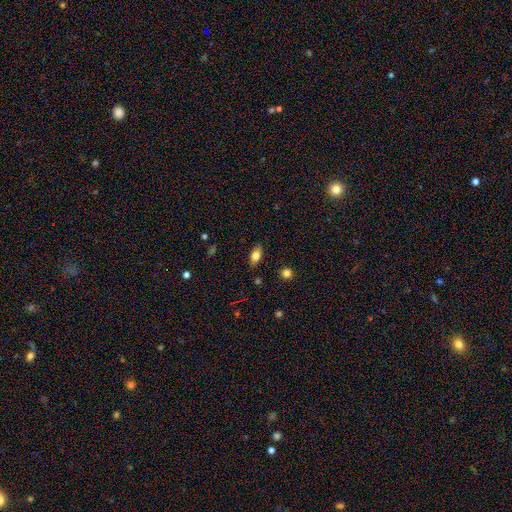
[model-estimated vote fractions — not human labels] A smooth galaxy with no disk features (76%) that is in between round and cigar-shaped (84%).

Vote fractions:
- Smooth or featured? smooth: 76% / featured or disk: 15% / star or artifact: 9%
- How rounded? in between: 84% / cigar-shaped: 8% / round: 8%
- Merging? none: 85% / minor disturbance: 11% / major disturbance: 2% / merger: 1%